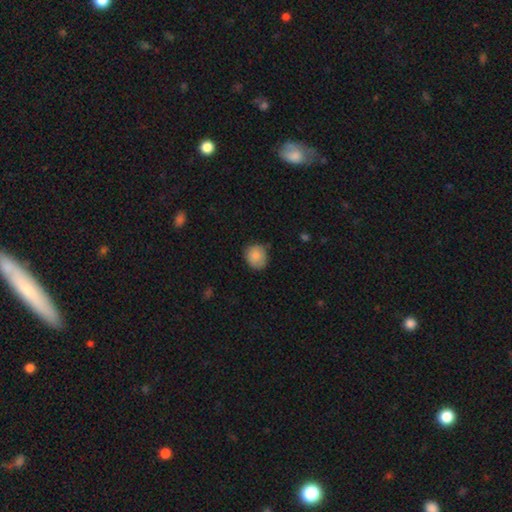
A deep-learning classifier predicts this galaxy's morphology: Q: Smooth or featured?
A: smooth (85%); runner-up: featured or disk (8%)
Q: How rounded?
A: round (74%); runner-up: in between (25%)
Q: Merging?
A: none (70%); runner-up: minor disturbance (24%)